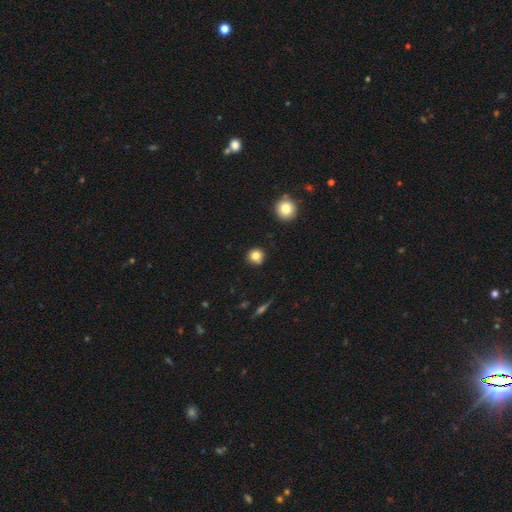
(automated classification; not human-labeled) smooth 82%, star or artifact 12%, featured or disk 7%. Down the decision tree: how rounded — round (92%); merging — none (87%).